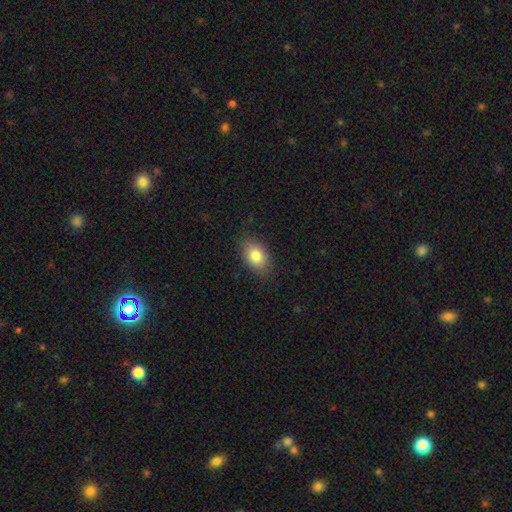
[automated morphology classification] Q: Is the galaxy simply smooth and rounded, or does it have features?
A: smooth — 81%.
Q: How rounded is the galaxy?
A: in between — 84%.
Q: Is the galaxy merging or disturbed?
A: none — 83%.